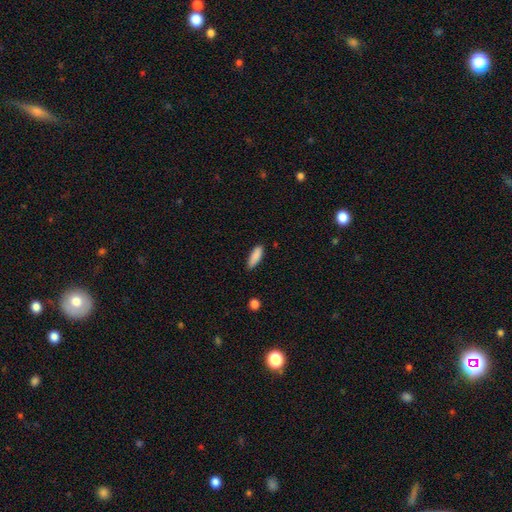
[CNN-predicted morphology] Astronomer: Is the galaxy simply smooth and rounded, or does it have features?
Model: smooth — 88%.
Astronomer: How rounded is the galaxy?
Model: in between — 53% (runner-up: cigar-shaped, 45%).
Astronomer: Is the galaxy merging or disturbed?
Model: none — 77%.